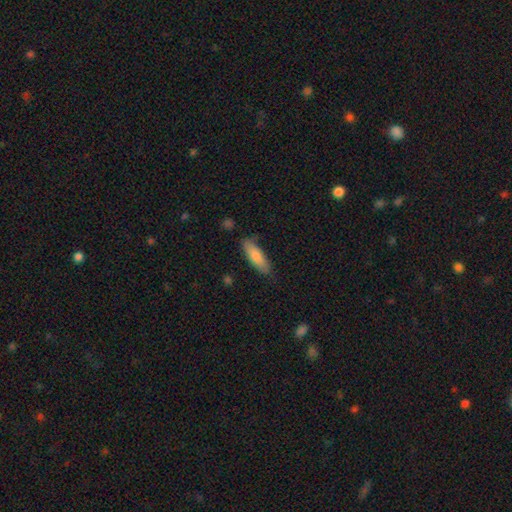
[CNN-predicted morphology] type=smooth (75%); roundness=cigar-shaped (61%); merging=none (82%).